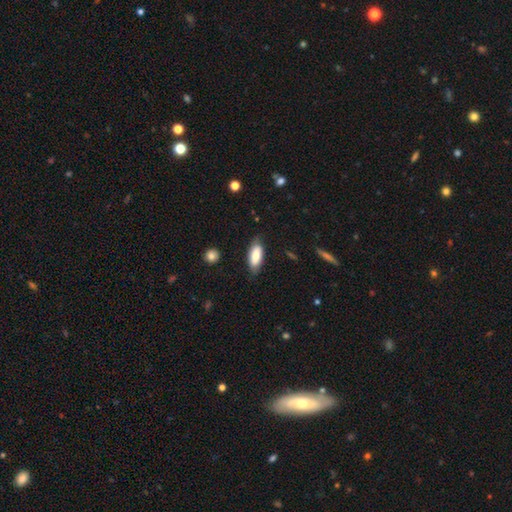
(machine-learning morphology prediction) smooth-or-featured: smooth: 74% | featured or disk: 20% | star or artifact: 6%
  how-rounded: in between: 82% | cigar-shaped: 15% | round: 2%
  merging: none: 78% | minor disturbance: 17% | major disturbance: 4% | merger: 1%